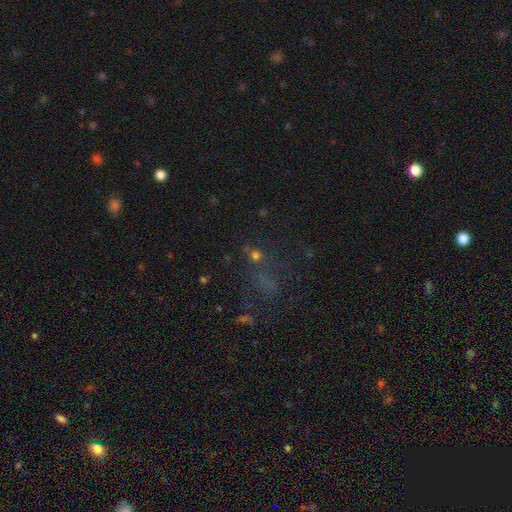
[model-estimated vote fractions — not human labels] smooth_or_featured: smooth (p=0.49) [alt: star or artifact p=0.39]
merging: none (p=0.58) [alt: major disturbance p=0.15]